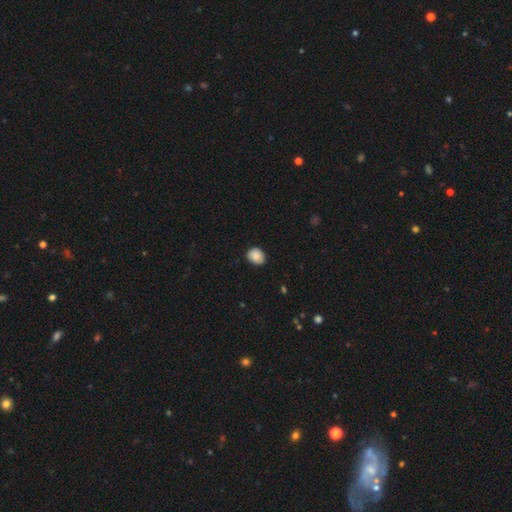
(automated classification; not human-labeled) smooth 87%, star or artifact 8%, featured or disk 5%. Down the decision tree: how rounded — round (51%); merging — none (82%).